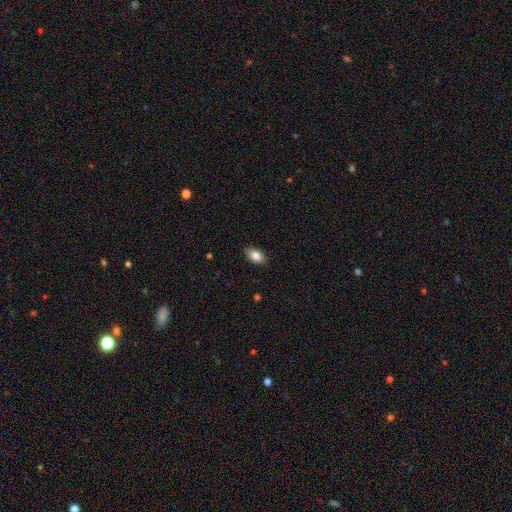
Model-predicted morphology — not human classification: type=smooth (83%); roundness=in between (89%); merging=none (86%).